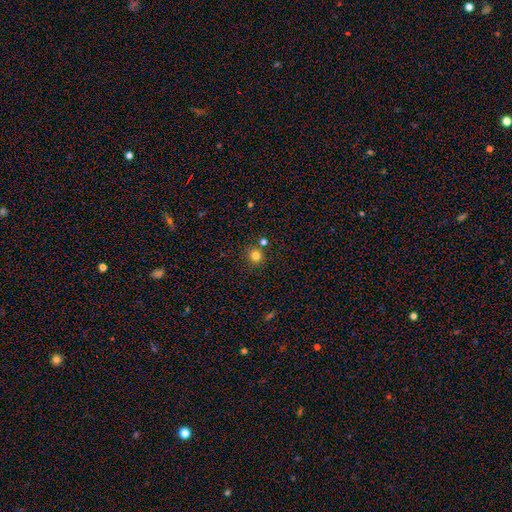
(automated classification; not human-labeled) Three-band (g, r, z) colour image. It shows a smooth galaxy with no disk features (81%) that is round (93%). Merging: none (82%).